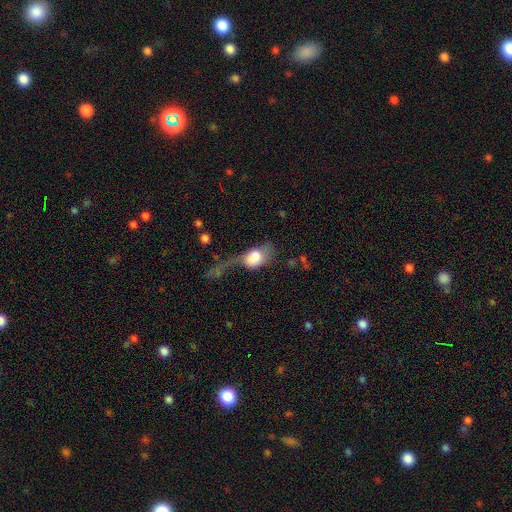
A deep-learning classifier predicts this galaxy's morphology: Smooth or featured: smooth — 70% (featured or disk — 22%)
How rounded: in between — 77% (round — 21%)
Merging: major disturbance — 57% (merger — 15%)